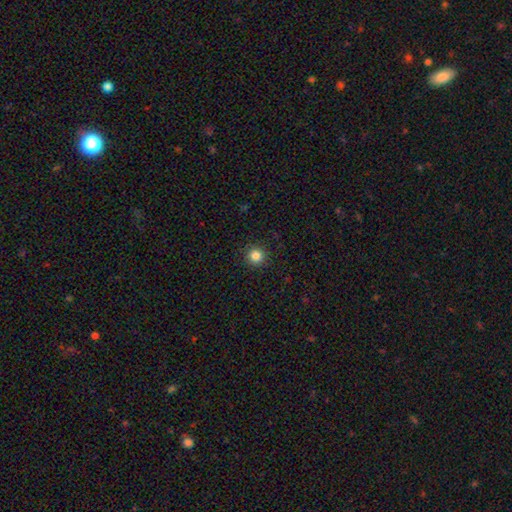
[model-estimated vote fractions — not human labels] This is clearly a smooth galaxy (84%). How rounded: clearly round (95%). Merging: clearly none (92%).